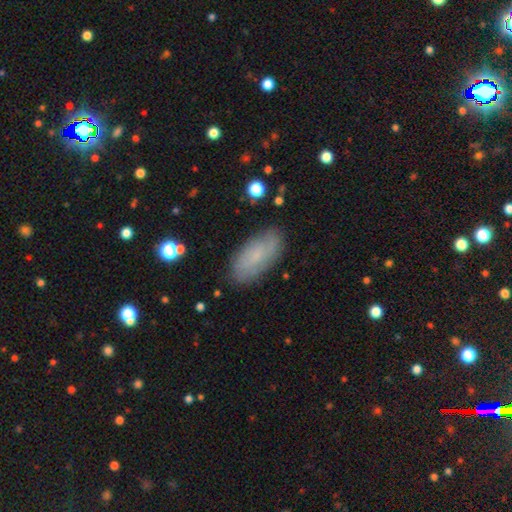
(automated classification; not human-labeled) smooth_or_featured: smooth (p=0.64) [alt: featured or disk p=0.26]
how_rounded: in between (p=0.88) [alt: cigar-shaped p=0.09]
merging: none (p=0.82) [alt: minor disturbance p=0.13]